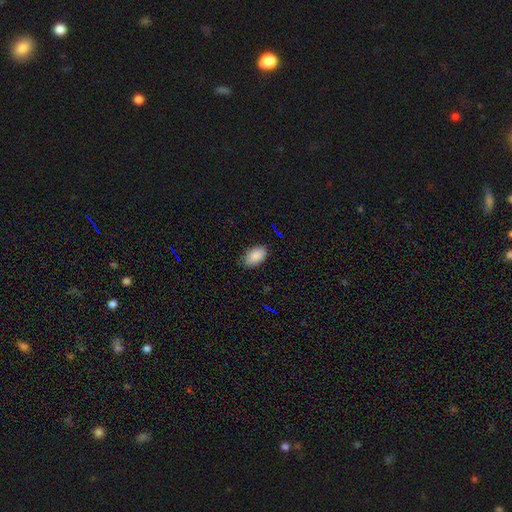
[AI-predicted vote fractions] Smooth or featured: smooth — 88% (star or artifact — 8%)
How rounded: in between — 93% (round — 6%)
Merging: none — 81% (minor disturbance — 15%)